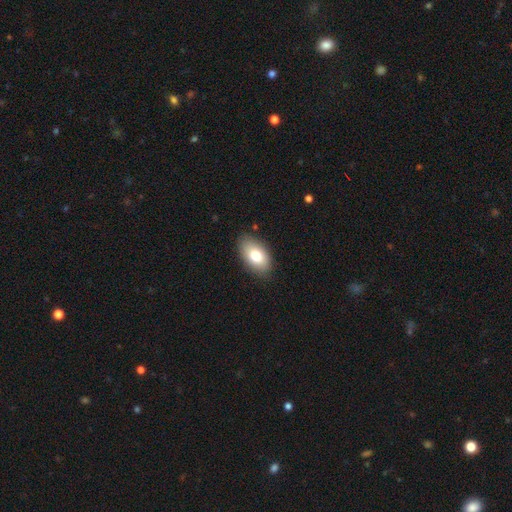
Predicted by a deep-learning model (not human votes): Q: Smooth or featured?
A: smooth (77%); runner-up: featured or disk (15%)
Q: How rounded?
A: in between (92%); runner-up: round (6%)
Q: Merging?
A: none (85%); runner-up: minor disturbance (11%)